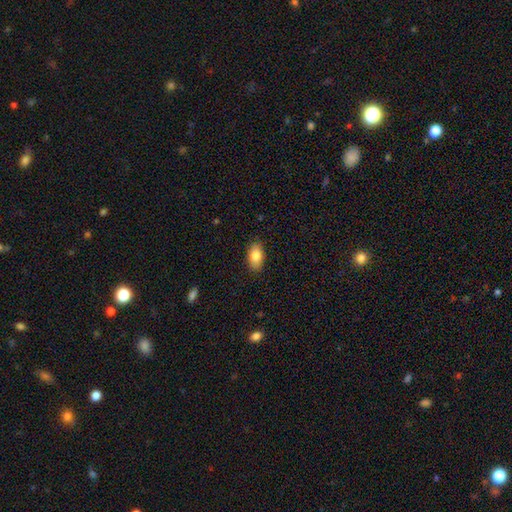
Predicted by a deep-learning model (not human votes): smooth-or-featured: smooth: 82% | featured or disk: 11% | star or artifact: 7%
  how-rounded: in between: 92% | round: 5% | cigar-shaped: 3%
  merging: none: 88% | minor disturbance: 9% | major disturbance: 2% | merger: 1%